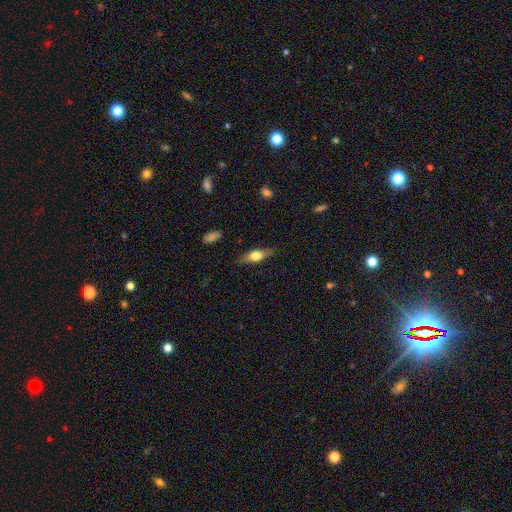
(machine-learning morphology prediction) This appears to be a smooth galaxy with no disk features (51%) that is in between round and cigar-shaped (55%). Merging: none (82%).